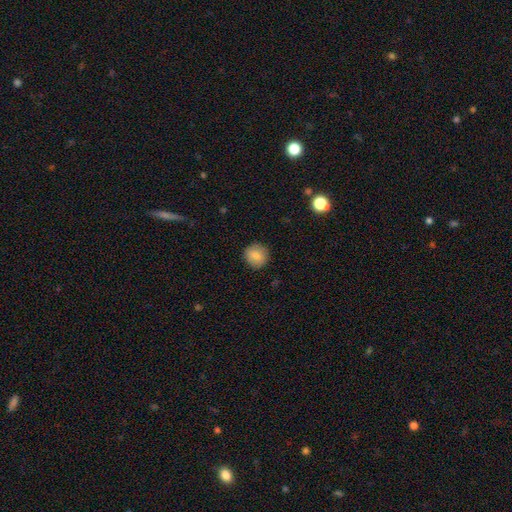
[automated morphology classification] smooth 84%, star or artifact 8%, featured or disk 8%. Down the decision tree: how rounded — round (89%); merging — none (89%).